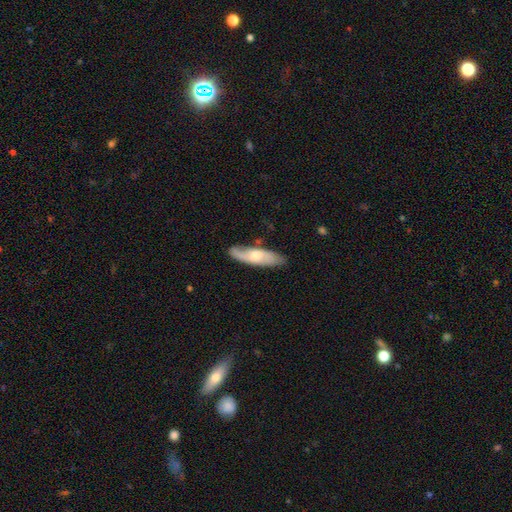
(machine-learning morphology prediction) Smooth or featured? featured or disk (49%)
Merging? none (74%)